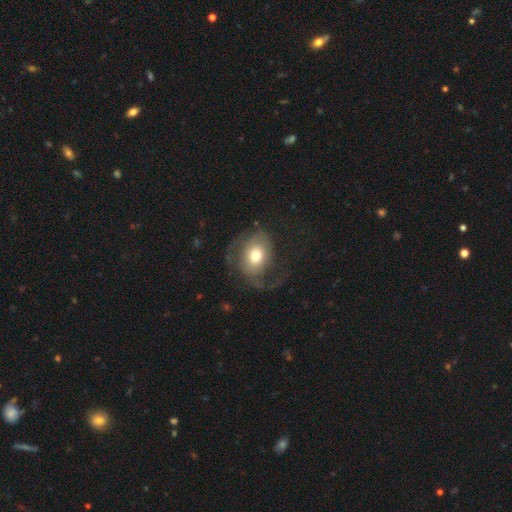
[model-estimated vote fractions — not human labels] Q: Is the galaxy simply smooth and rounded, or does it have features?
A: smooth — 47%.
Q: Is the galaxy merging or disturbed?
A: none — 41%.